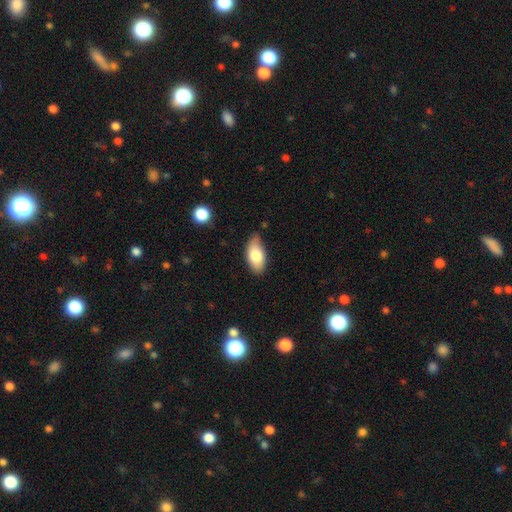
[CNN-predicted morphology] A smooth galaxy with no disk features (78%) that is in between round and cigar-shaped (93%). Merging: none (71%).